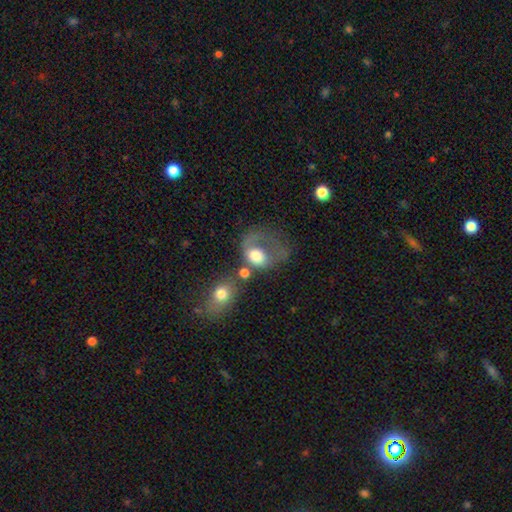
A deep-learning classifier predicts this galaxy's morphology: smooth_or_featured: smooth (p=0.57) [alt: featured or disk p=0.33]
how_rounded: in between (p=0.56) [alt: round p=0.43]
merging: major disturbance (p=0.37) [alt: merger p=0.30]